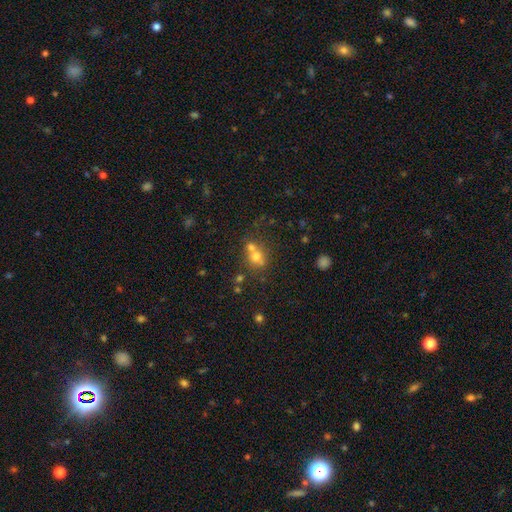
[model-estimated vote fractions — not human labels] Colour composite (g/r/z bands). It shows a smooth galaxy with no disk features (65%) that is round (75%). Merging: merger (47%).